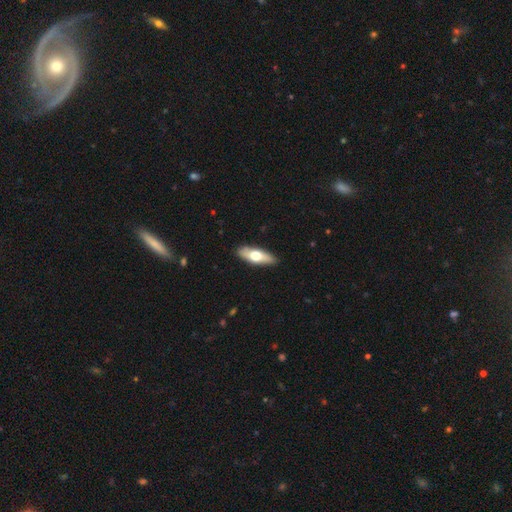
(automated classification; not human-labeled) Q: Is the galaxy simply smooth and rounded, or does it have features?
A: smooth — 54%.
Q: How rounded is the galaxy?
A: in between — 58%.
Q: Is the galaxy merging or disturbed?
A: none — 88%.